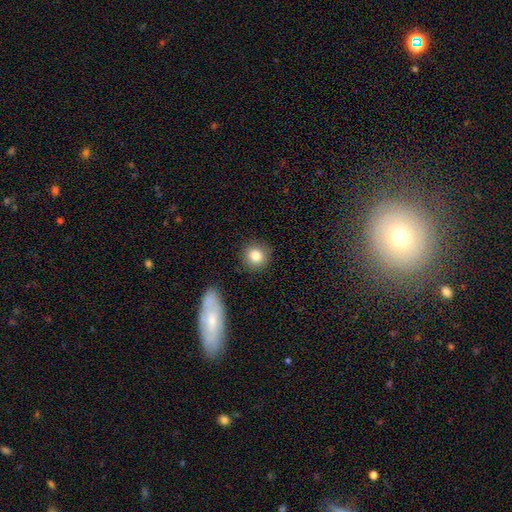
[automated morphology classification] Q: Smooth or featured?
A: smooth (83%); runner-up: star or artifact (9%)
Q: How rounded?
A: round (89%); runner-up: in between (10%)
Q: Merging?
A: none (87%); runner-up: minor disturbance (8%)